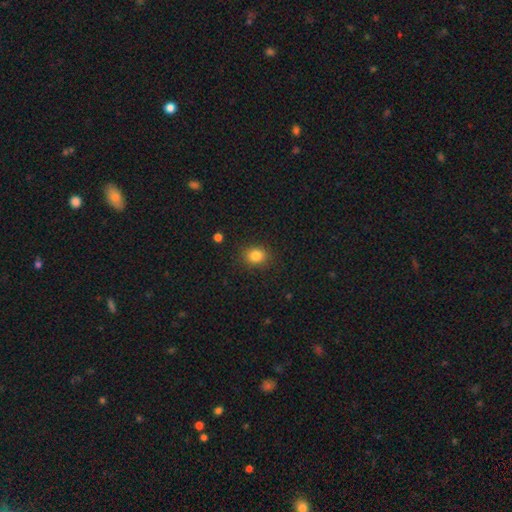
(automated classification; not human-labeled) Morphology: type=smooth (83%); roundness=round (64%); merging=none (87%).